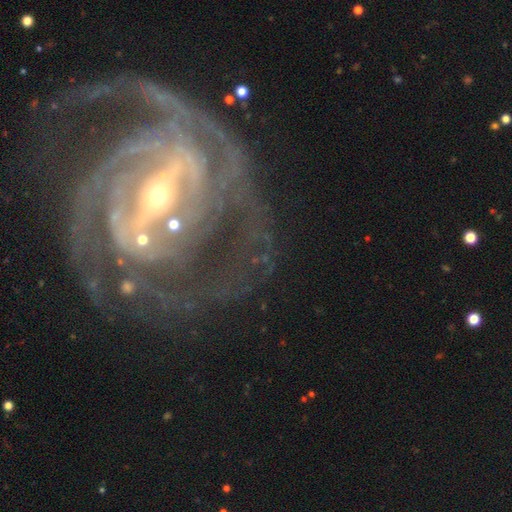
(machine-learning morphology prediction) smooth_or_featured: featured or disk (p=0.89) [alt: star or artifact p=0.06]
disk_edge_on: no (p=0.97) [alt: yes p=0.03]
bar: strong (p=0.65) [alt: weak p=0.23]
has_spiral_arms: yes (p=0.96) [alt: no p=0.04]
spiral_winding: tight (p=0.60) [alt: medium p=0.32]
spiral_arm_count: 2 (p=0.32) [alt: can't tell p=0.21]
bulge_size: small (p=0.79) [alt: moderate p=0.16]
merging: none (p=0.60) [alt: major disturbance p=0.20]